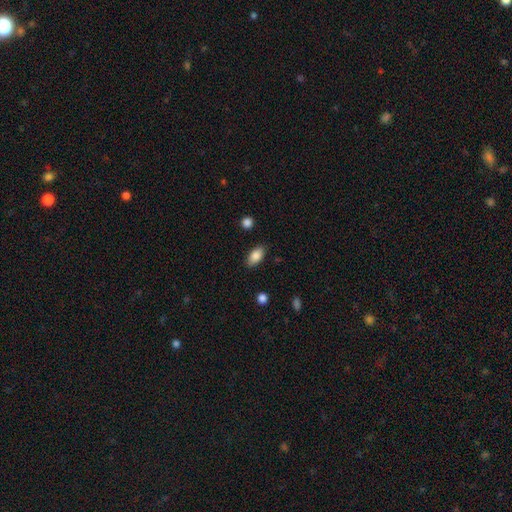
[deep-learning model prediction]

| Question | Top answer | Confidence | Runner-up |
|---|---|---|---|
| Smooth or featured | smooth | 86% | star or artifact (7%) |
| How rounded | in between | 91% | round (5%) |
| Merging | none | 85% | minor disturbance (11%) |